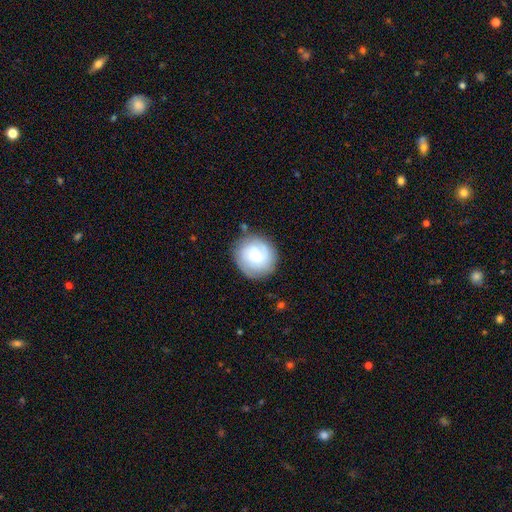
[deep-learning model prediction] Overall: featured or disk (59%; smooth 34%). Edge-on disk: no (98%). Bar: no (67%; weak 29%). Spiral arms: yes (90%). Spiral arm count: 2 (40%; can't tell 25%). Spiral winding: tight (59%; medium 32%). Bulge size: small (47%; moderate 42%). Merging: none (83%).